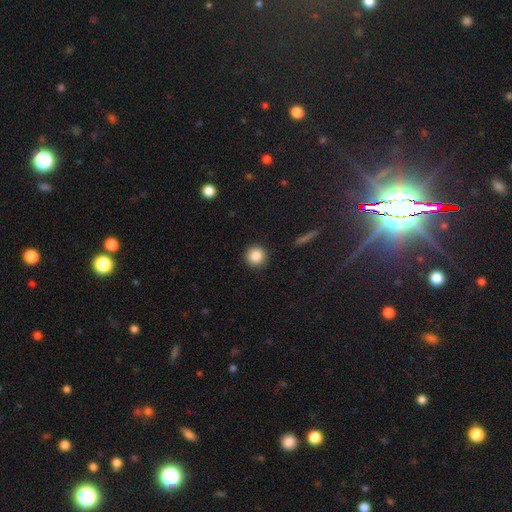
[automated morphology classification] Smooth or featured?
  - smooth: 86% *
  - star or artifact: 9%
  - featured or disk: 4%
How rounded?
  - round: 95% *
  - in between: 4%
  - cigar-shaped: 1%
Merging?
  - none: 92% *
  - minor disturbance: 5%
  - major disturbance: 2%
  - merger: 1%